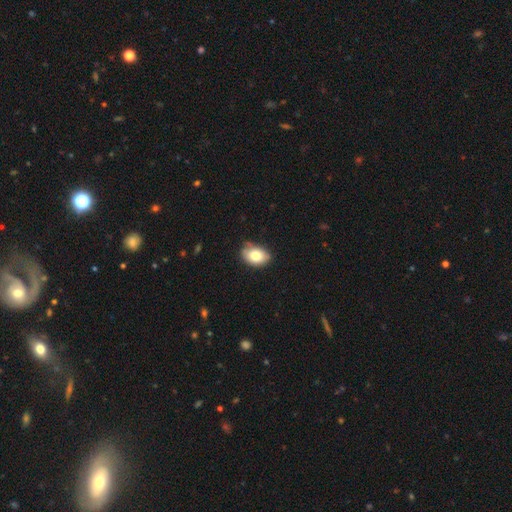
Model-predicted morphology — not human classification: Smooth or featured: smooth — 78% (featured or disk — 14%)
How rounded: in between — 80% (round — 19%)
Merging: none — 72% (minor disturbance — 23%)